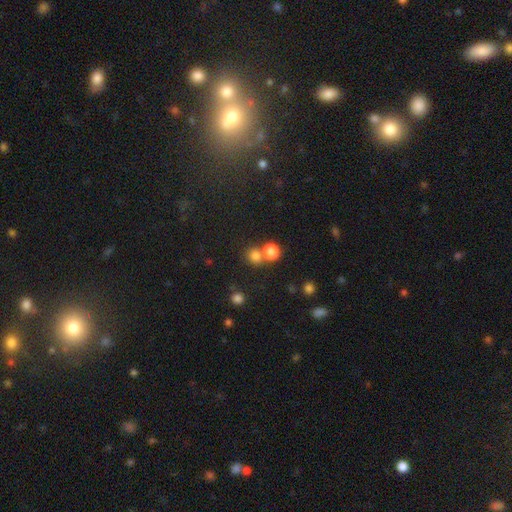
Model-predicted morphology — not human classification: Overall: smooth (77%). How rounded: round (85%). Merging: none (54%; merger 37%).